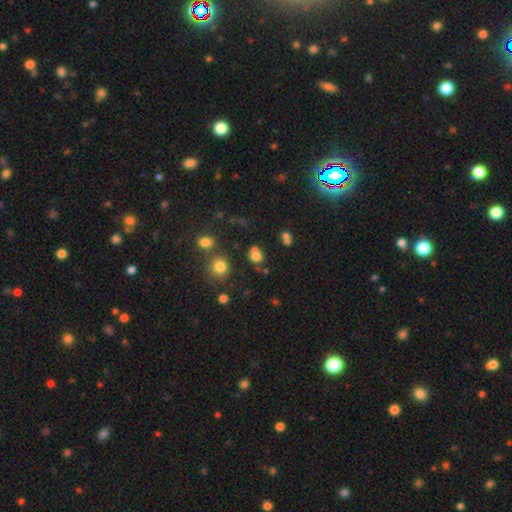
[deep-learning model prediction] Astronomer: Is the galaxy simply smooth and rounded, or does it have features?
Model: smooth — 74%.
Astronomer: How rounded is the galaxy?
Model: round — 71%.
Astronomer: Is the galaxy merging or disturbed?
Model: none — 56%.